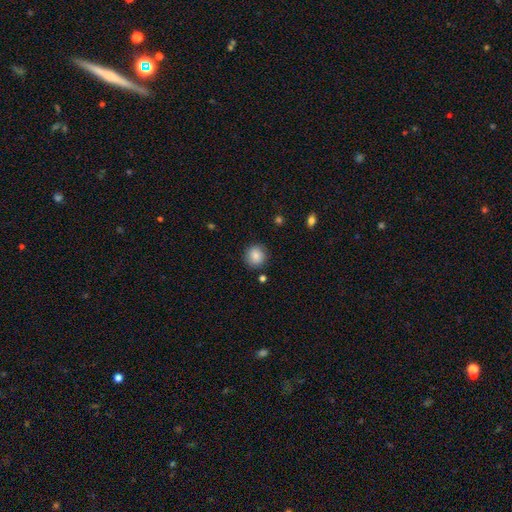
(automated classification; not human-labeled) Smooth or featured: smooth — 85% (star or artifact — 9%)
How rounded: round — 93% (in between — 7%)
Merging: none — 88% (minor disturbance — 8%)